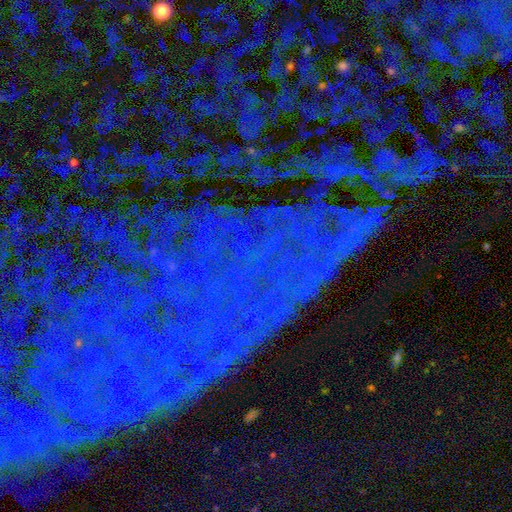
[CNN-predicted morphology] smooth-or-featured: star or artifact: 83% | featured or disk: 9% | smooth: 7%